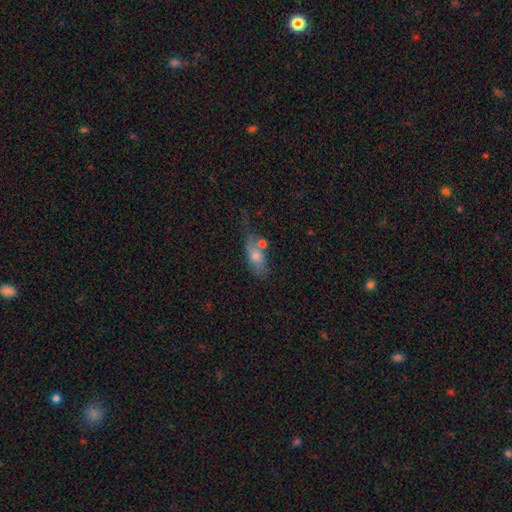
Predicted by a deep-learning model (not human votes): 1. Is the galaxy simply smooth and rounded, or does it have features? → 59% smooth, 30% featured or disk, 11% star or artifact.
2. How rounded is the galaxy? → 67% in between, 26% cigar-shaped, 7% round.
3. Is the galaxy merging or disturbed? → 45% none, 23% minor disturbance, 21% merger, 12% major disturbance.